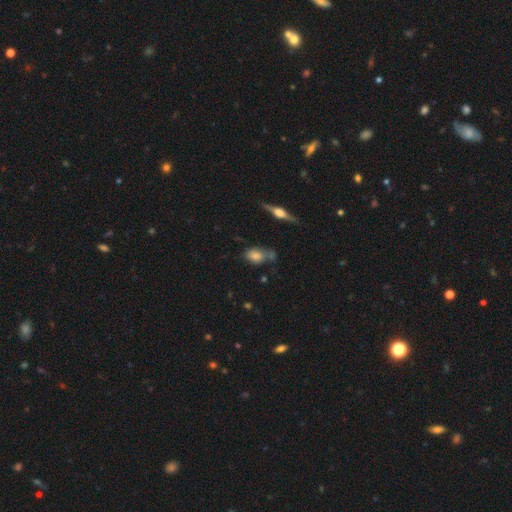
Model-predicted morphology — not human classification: This is likely a smooth galaxy (71%). How rounded: likely in between (75%). Merging: possibly none (49%).